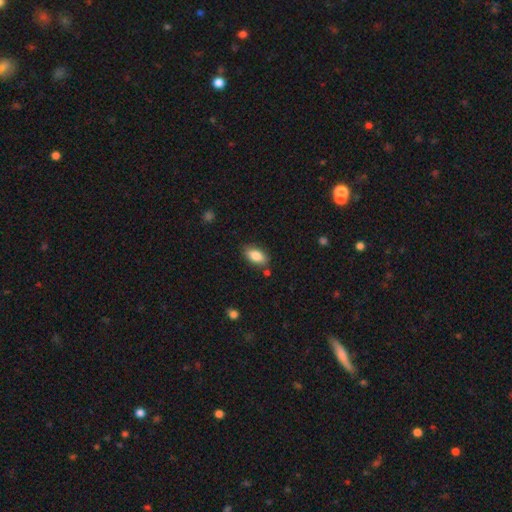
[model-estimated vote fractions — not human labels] Overall: smooth (85%). How rounded: in between (92%). Merging: none (82%).